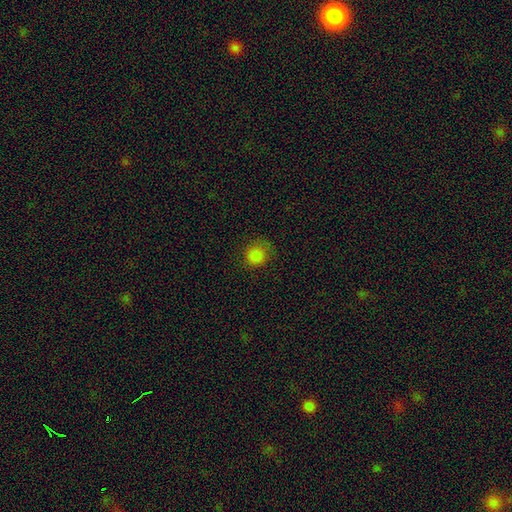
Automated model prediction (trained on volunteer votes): smooth_or_featured: smooth (p=0.84) [alt: star or artifact p=0.12]
how_rounded: round (p=0.87) [alt: in between p=0.12]
merging: none (p=0.79) [alt: minor disturbance p=0.15]